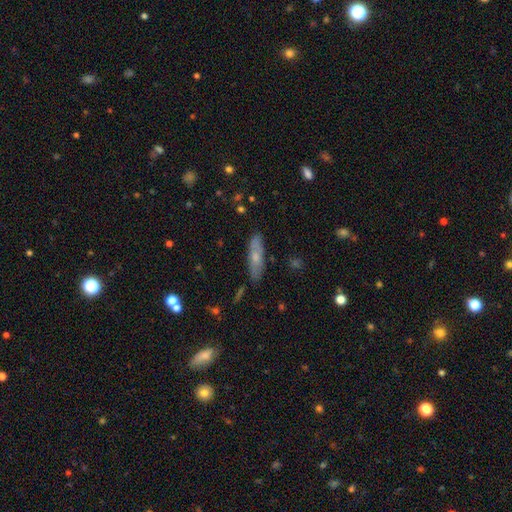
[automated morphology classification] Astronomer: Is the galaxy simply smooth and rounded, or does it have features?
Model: smooth — 50% (runner-up: featured or disk, 42%).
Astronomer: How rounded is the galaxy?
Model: cigar-shaped — 64%.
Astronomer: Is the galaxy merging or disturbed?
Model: none — 81%.